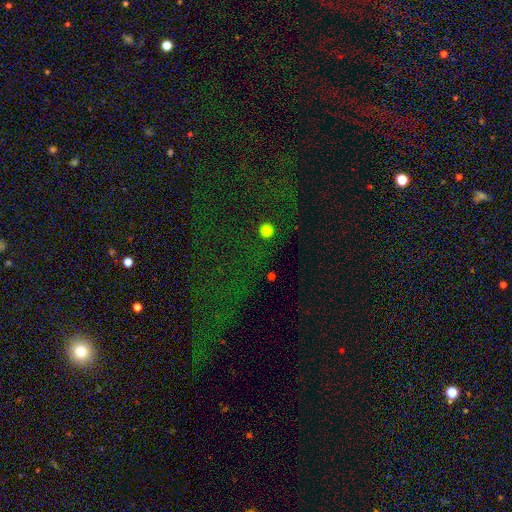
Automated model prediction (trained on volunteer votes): This appears to be a star or artifact, not a galaxy (73%).